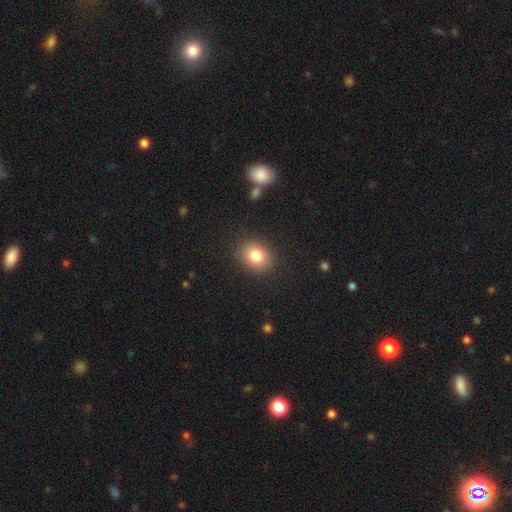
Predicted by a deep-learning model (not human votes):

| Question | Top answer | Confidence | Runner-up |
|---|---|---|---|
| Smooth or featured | smooth | 82% | star or artifact (10%) |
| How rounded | round | 56% | in between (43%) |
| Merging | none | 87% | minor disturbance (8%) |